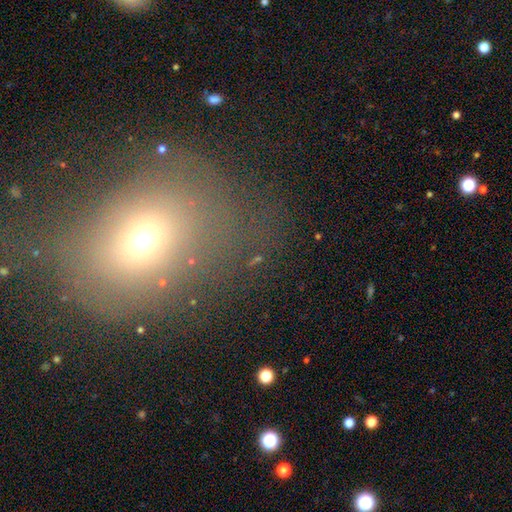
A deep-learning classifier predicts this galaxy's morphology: smooth-or-featured: smooth: 57% | star or artifact: 27% | featured or disk: 16%
  how-rounded: round: 52% | in between: 47% | cigar-shaped: 2%
  merging: none: 64% | minor disturbance: 17% | major disturbance: 14% | merger: 5%